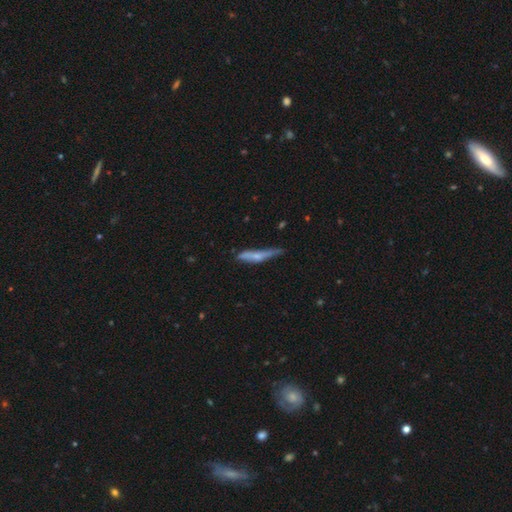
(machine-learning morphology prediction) The model was most divided on "merging": none: 46%, minor disturbance: 36%, major disturbance: 13%, merger: 5%. More confident: how rounded — cigar-shaped (88%); smooth or featured — smooth (56%).